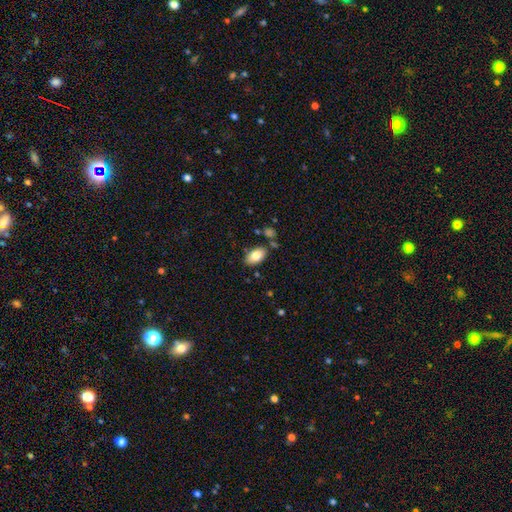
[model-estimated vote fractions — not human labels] Q: Smooth or featured?
A: smooth (83%); runner-up: featured or disk (10%)
Q: How rounded?
A: in between (94%); runner-up: round (5%)
Q: Merging?
A: none (81%); runner-up: minor disturbance (11%)